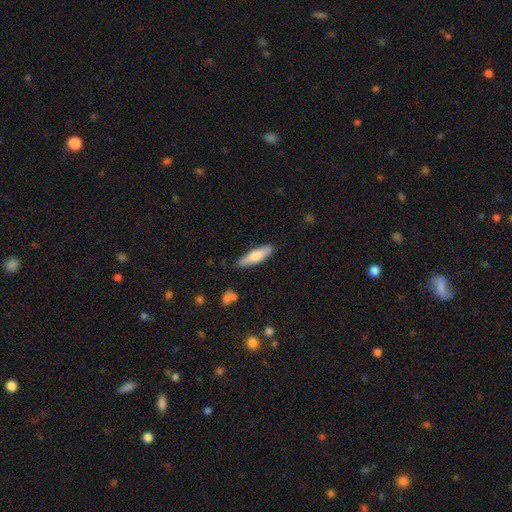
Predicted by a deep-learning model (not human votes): smooth-or-featured: smooth: 70% | featured or disk: 24% | star or artifact: 6%
  how-rounded: cigar-shaped: 70% | in between: 28% | round: 2%
  merging: none: 86% | minor disturbance: 10% | major disturbance: 2% | merger: 2%